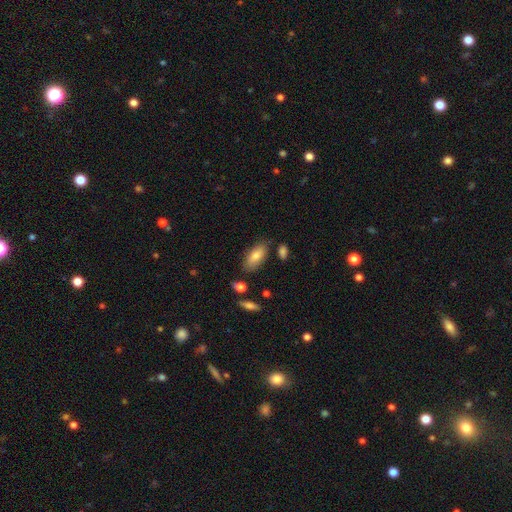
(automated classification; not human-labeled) The model was most divided on "merging": none: 74%, minor disturbance: 18%, merger: 5%, major disturbance: 4%. More confident: how rounded — in between (87%); smooth or featured — smooth (80%).